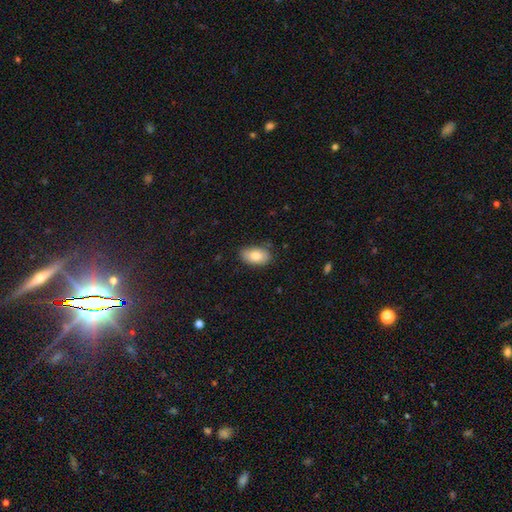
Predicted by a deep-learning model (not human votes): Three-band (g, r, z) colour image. It shows a smooth galaxy with no disk features (84%) that is in between round and cigar-shaped (93%). Merging: none (78%).